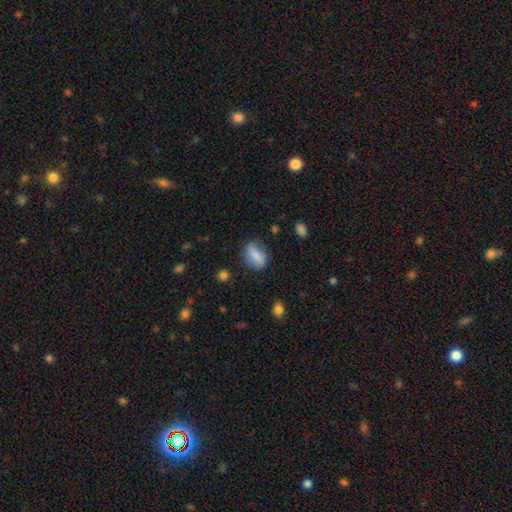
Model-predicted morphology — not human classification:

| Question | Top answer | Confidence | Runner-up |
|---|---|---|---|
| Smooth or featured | smooth | 83% | featured or disk (9%) |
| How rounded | in between | 82% | round (10%) |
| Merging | none | 77% | minor disturbance (16%) |